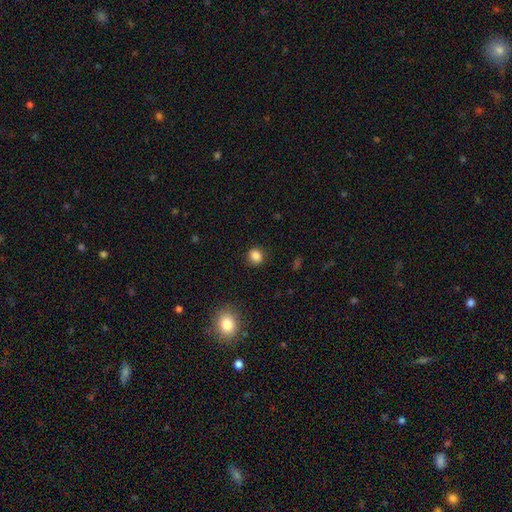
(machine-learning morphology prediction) The model was most divided on "how rounded": round: 76%, in between: 23%, cigar-shaped: 1%. More confident: merging — none (87%); smooth or featured — smooth (86%).